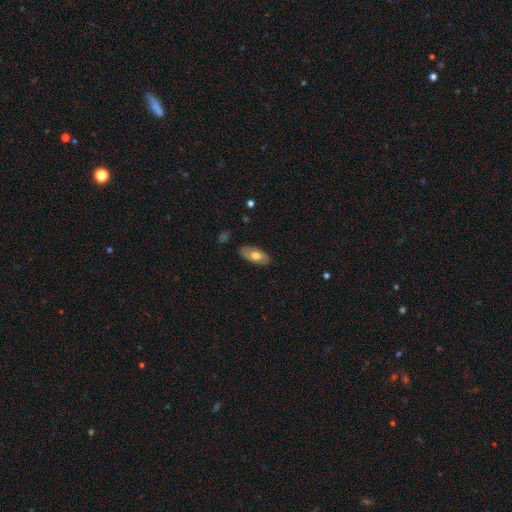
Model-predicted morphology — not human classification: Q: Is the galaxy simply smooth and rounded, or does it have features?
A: smooth — 61%.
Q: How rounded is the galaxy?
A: in between — 90%.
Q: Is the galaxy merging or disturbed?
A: none — 84%.